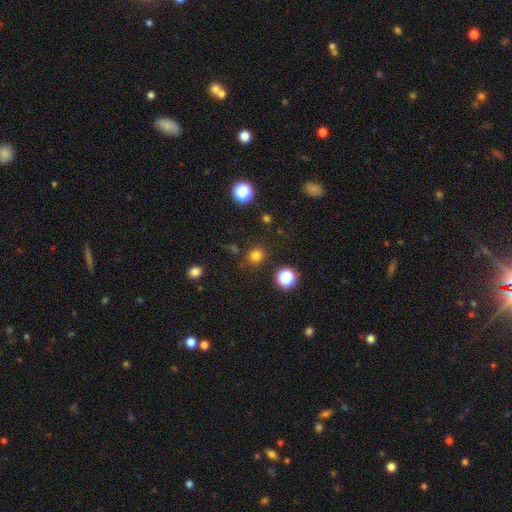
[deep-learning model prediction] smooth_or_featured: smooth (p=0.77) [alt: star or artifact p=0.18]
how_rounded: round (p=0.87) [alt: in between p=0.12]
merging: none (p=0.85) [alt: minor disturbance p=0.08]